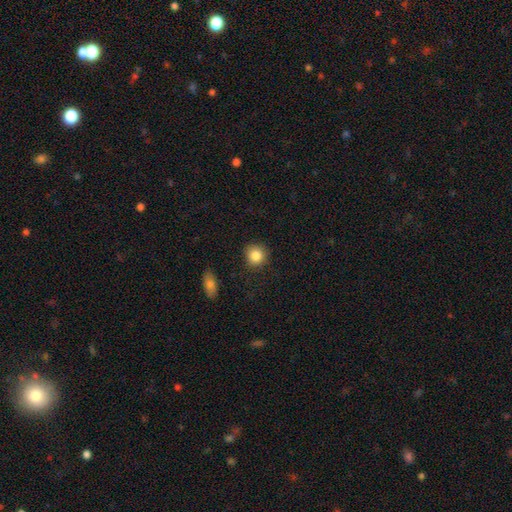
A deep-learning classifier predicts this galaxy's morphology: Overall: smooth (86%). How rounded: round (89%). Merging: none (87%).